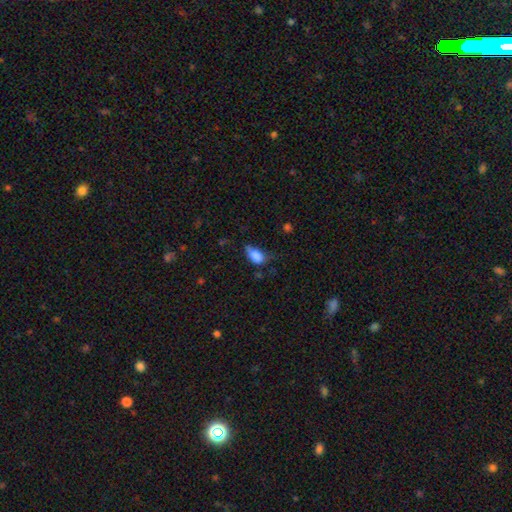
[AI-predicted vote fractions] smooth 79%, featured or disk 11%, star or artifact 10%. Down the decision tree: how rounded — in between (86%); merging — minor disturbance (39%).